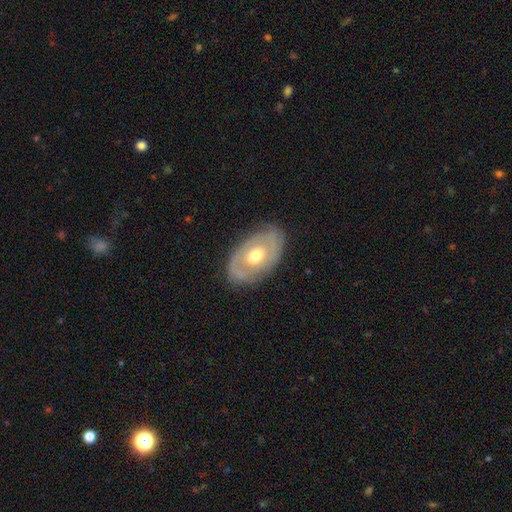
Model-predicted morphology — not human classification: smooth_or_featured: featured or disk (p=0.68) [alt: smooth p=0.27]
disk_edge_on: no (p=0.92) [alt: yes p=0.08]
bar: no (p=0.77) [alt: weak p=0.18]
has_spiral_arms: yes (p=0.56) [alt: no p=0.44]
bulge_size: moderate (p=0.74) [alt: small p=0.16]
merging: none (p=0.78) [alt: minor disturbance p=0.16]